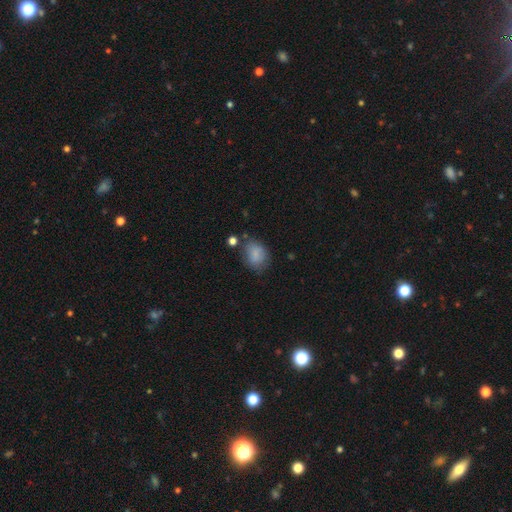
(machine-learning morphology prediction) type=smooth (81%); roundness=in between (59%); merging=none (63%).